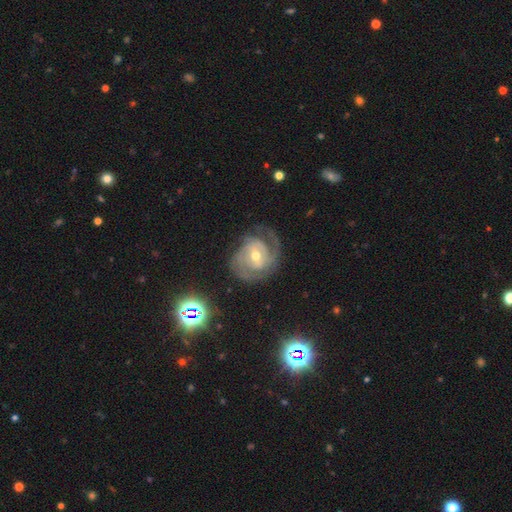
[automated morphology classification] Overall: featured or disk (88%). Edge-on disk: no (98%). Bar: weak (45%; no 36%). Spiral arms: yes (96%). Spiral arm count: 2 (45%; 3 23%). Spiral winding: tight (59%; medium 33%). Bulge size: moderate (65%; small 30%). Merging: none (68%).